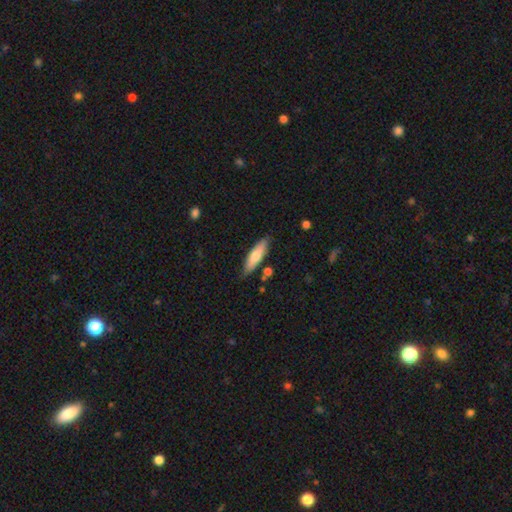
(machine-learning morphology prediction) Overall: smooth (74%). How rounded: cigar-shaped (65%; in between 33%). Merging: none (81%).